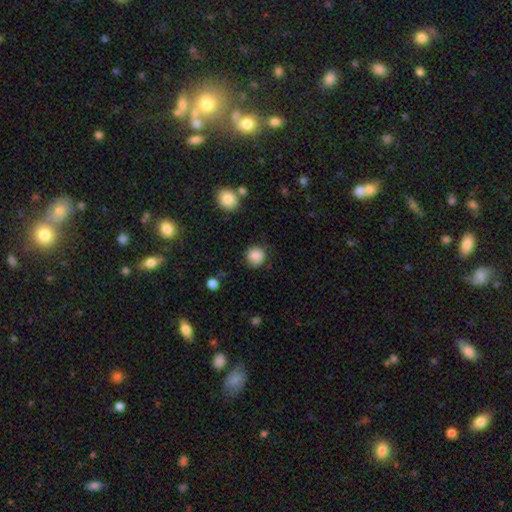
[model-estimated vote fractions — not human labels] A smooth galaxy with no disk features (84%) that is round (88%).

Vote fractions:
- Smooth or featured? smooth: 84% / star or artifact: 8% / featured or disk: 7%
- How rounded? round: 88% / in between: 11% / cigar-shaped: 1%
- Merging? none: 79% / minor disturbance: 15% / major disturbance: 4% / merger: 2%